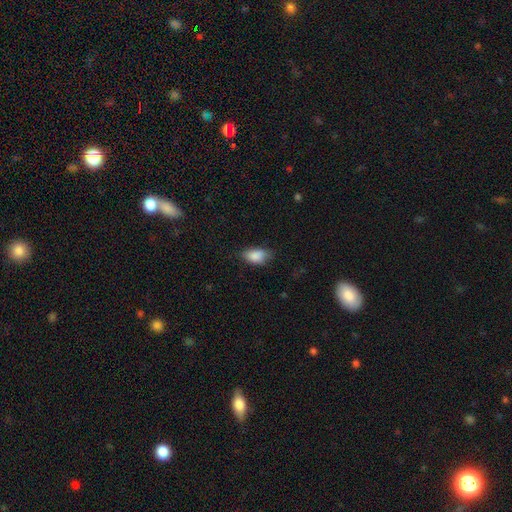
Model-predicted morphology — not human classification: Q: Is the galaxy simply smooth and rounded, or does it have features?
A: smooth — 87%.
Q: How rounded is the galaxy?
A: in between — 90%.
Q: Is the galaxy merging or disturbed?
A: none — 69%.